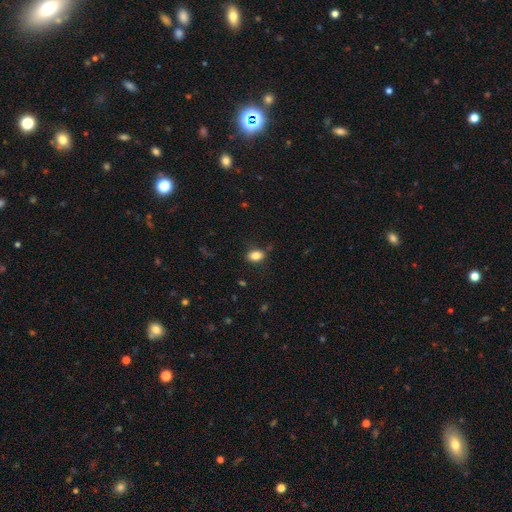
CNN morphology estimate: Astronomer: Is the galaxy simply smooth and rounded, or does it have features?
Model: smooth — 84%.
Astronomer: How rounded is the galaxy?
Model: in between — 82%.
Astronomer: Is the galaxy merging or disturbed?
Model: none — 83%.